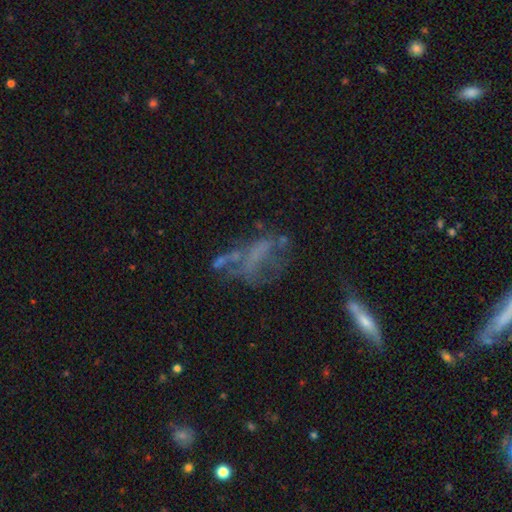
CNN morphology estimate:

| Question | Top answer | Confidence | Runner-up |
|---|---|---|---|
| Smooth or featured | featured or disk | 53% | smooth (25%) |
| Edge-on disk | no | 89% | yes (11%) |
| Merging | none | 35% | major disturbance (33%) |